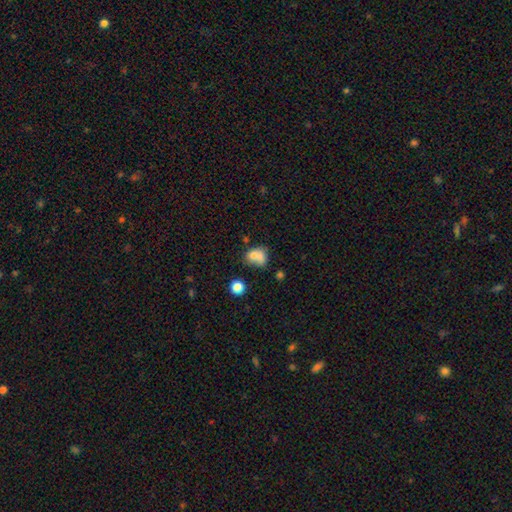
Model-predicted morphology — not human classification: Smooth or featured: smooth — 70% (featured or disk — 17%)
How rounded: in between — 50% (round — 49%)
Merging: merger — 38% (none — 30%)